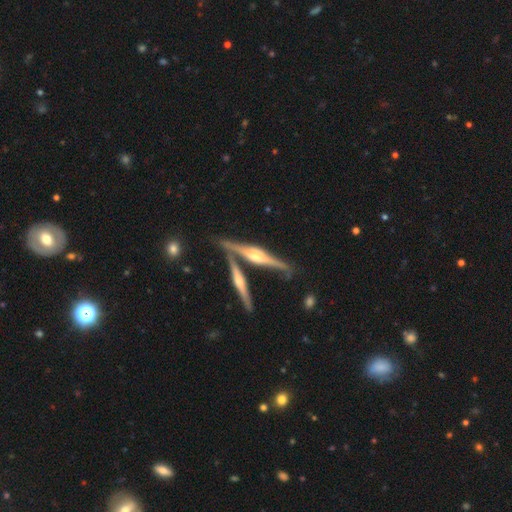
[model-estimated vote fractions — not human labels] A featured or disk galaxy (83%) viewed edge-on (97%) with a rounded central bulge (87%). Merging: none (68%).